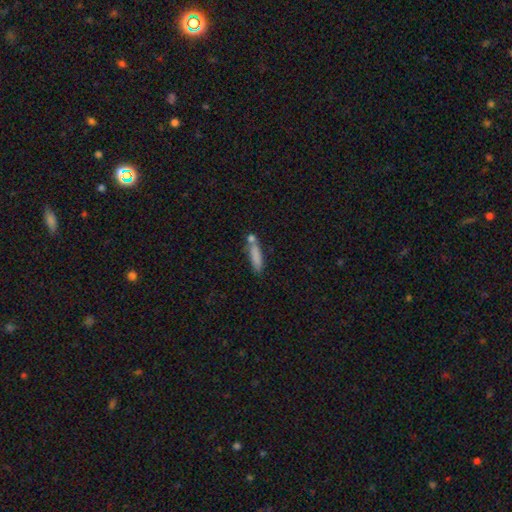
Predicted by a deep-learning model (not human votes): The model was most divided on "merging": none: 51%, merger: 28%, minor disturbance: 16%, major disturbance: 6%. More confident: smooth or featured — smooth (79%); how rounded — cigar-shaped (73%).